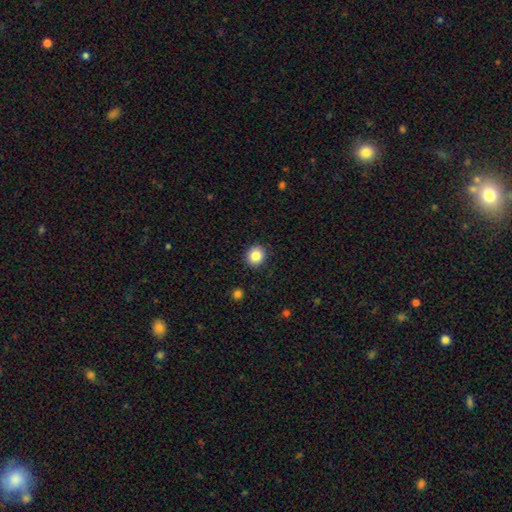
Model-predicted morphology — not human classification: This appears to be a smooth galaxy with no disk features (85%) that is round (85%). Merging: none (91%).